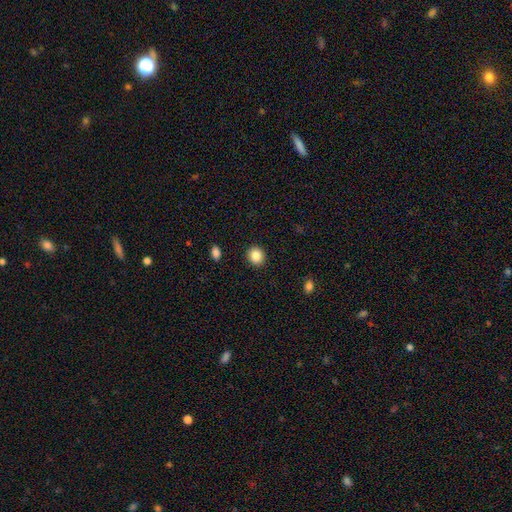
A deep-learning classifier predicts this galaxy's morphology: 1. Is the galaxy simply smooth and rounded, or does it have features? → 86% smooth, 9% star or artifact, 5% featured or disk.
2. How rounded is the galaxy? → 83% round, 17% in between, 1% cigar-shaped.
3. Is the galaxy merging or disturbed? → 92% none, 5% minor disturbance, 2% major disturbance, 1% merger.